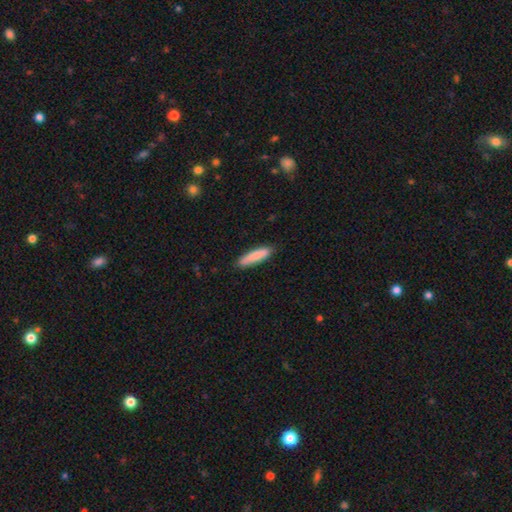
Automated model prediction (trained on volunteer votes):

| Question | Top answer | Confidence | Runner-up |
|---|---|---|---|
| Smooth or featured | smooth | 84% | featured or disk (10%) |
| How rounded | cigar-shaped | 79% | in between (19%) |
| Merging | none | 87% | minor disturbance (10%) |